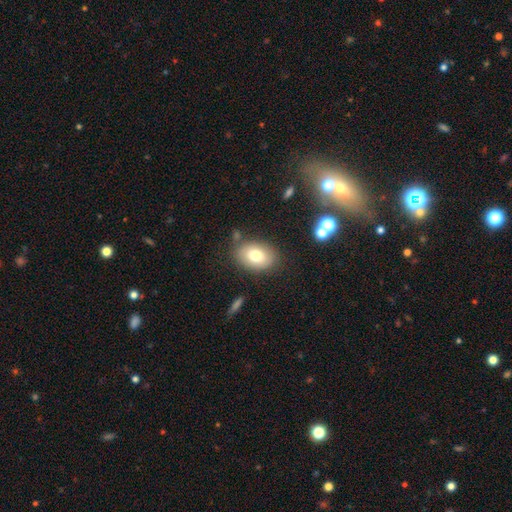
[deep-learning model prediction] Overall: smooth (75%). How rounded: in between (80%). Merging: none (80%).